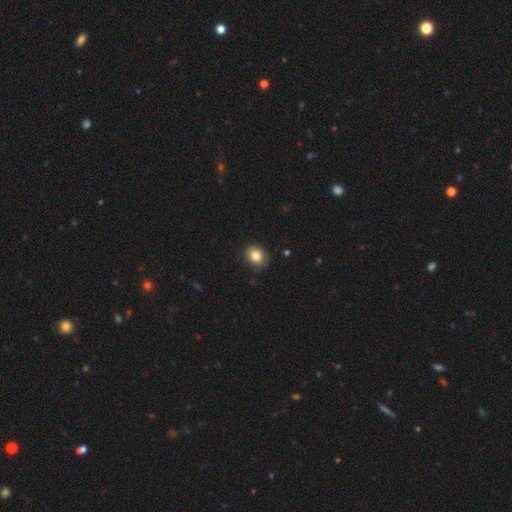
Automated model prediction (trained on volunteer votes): Smooth or featured: smooth — 84% (star or artifact — 9%)
How rounded: round — 65% (in between — 34%)
Merging: none — 83% (minor disturbance — 13%)